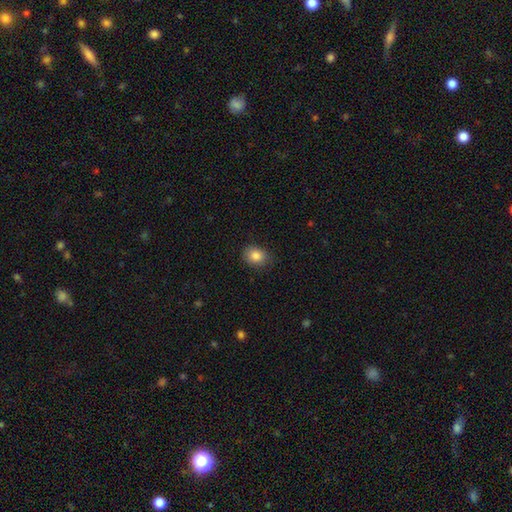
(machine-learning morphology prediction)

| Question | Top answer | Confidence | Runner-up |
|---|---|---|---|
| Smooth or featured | smooth | 85% | star or artifact (9%) |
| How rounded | in between | 52% | round (47%) |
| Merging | none | 82% | minor disturbance (14%) |